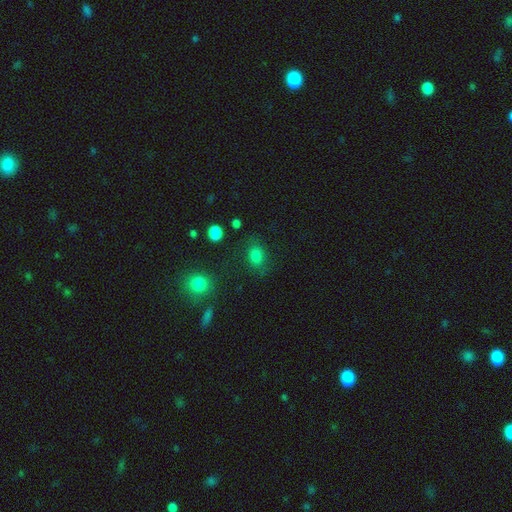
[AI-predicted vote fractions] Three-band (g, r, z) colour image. It shows a smooth galaxy with no disk features (80%) that is in between round and cigar-shaped (62%). Merging: none (75%).